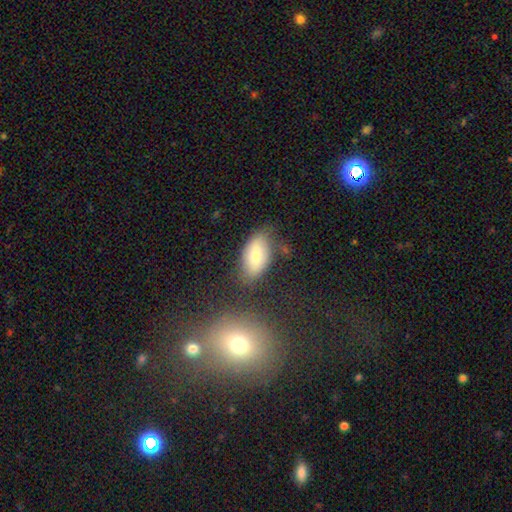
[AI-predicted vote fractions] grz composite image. It shows a smooth galaxy with no disk features (72%) that is in between round and cigar-shaped (92%). Merging: none (65%).